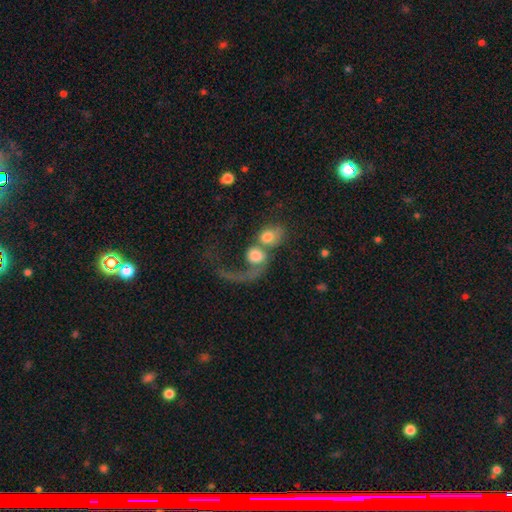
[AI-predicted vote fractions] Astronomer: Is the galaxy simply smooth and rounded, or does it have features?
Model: smooth — 50% (runner-up: featured or disk, 40%).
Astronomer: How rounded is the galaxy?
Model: round — 68%.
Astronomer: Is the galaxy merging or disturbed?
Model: merger — 66%.